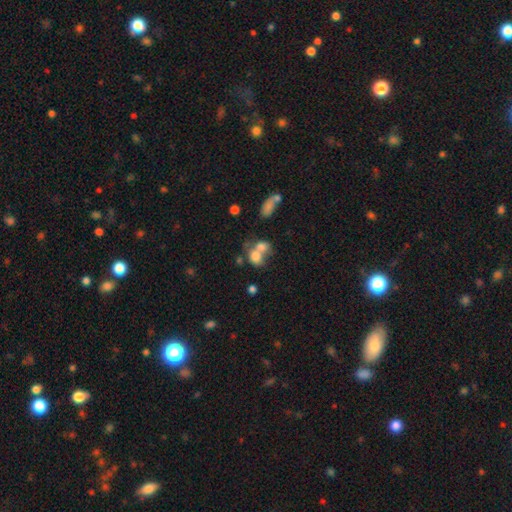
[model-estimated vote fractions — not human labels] Smooth or featured?
  - smooth: 72% *
  - featured or disk: 16%
  - star or artifact: 11%
How rounded?
  - in between: 58% *
  - round: 40%
  - cigar-shaped: 2%
Merging?
  - merger: 61% *
  - none: 24%
  - minor disturbance: 9%
  - major disturbance: 7%